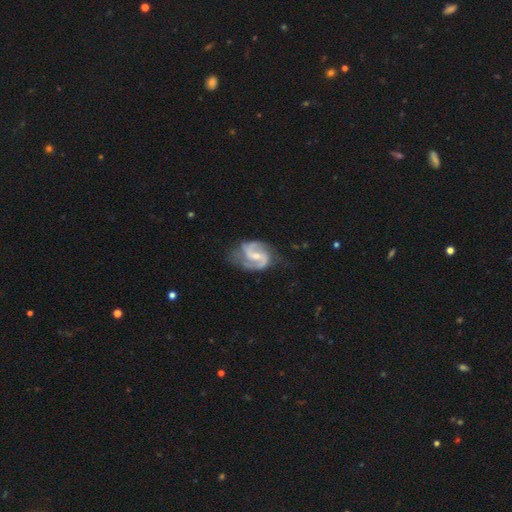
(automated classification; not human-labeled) The model was most divided on "bulge size": small: 52%, moderate: 39%, none: 6%, large: 2%, dominant: 1%. More confident: edge-on disk — no (98%); spiral arms — yes (97%); spiral arm count — 2 (91%); smooth or featured — featured or disk (90%); merging — none (66%); spiral winding — medium (55%); bar — weak (51%).